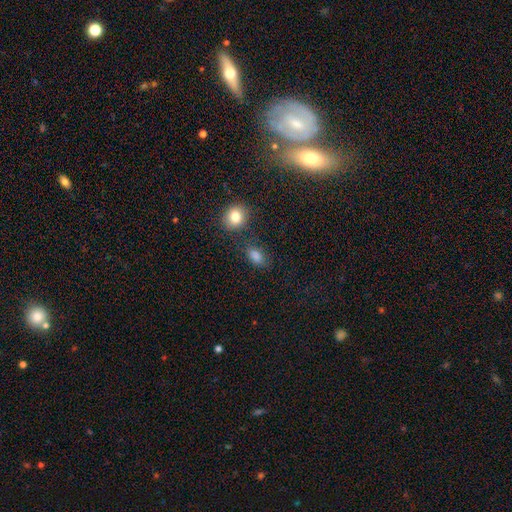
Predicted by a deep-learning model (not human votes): Morphology: type=smooth (83%); roundness=in between (82%); merging=none (74%).